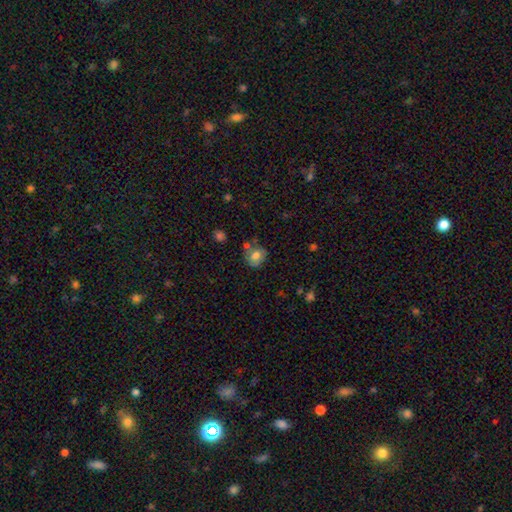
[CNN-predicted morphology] A smooth galaxy with no disk features (69%) that is round (66%).

Vote fractions:
- Smooth or featured? smooth: 69% / featured or disk: 22% / star or artifact: 9%
- How rounded? round: 66% / in between: 33% / cigar-shaped: 1%
- Merging? none: 57% / minor disturbance: 21% / merger: 15% / major disturbance: 7%